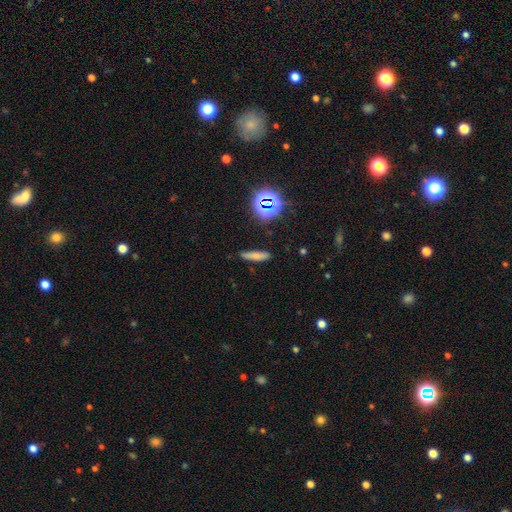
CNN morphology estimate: Overall: smooth (69%). How rounded: cigar-shaped (75%). Merging: none (85%).